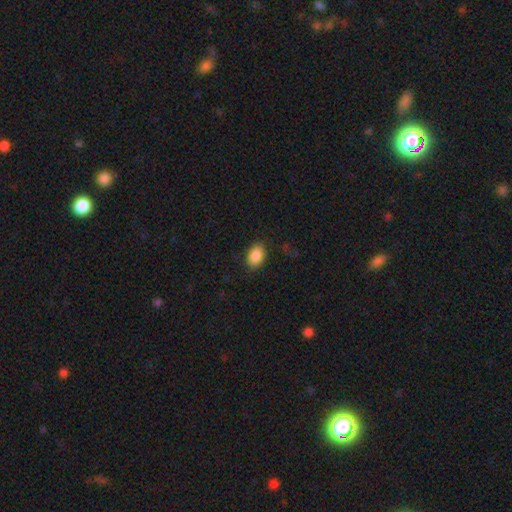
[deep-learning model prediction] A smooth galaxy with no disk features (88%) that is in between round and cigar-shaped (87%).

Vote fractions:
- Smooth or featured? smooth: 88% / star or artifact: 7% / featured or disk: 4%
- How rounded? in between: 87% / round: 12% / cigar-shaped: 1%
- Merging? none: 86% / minor disturbance: 10% / major disturbance: 3% / merger: 1%